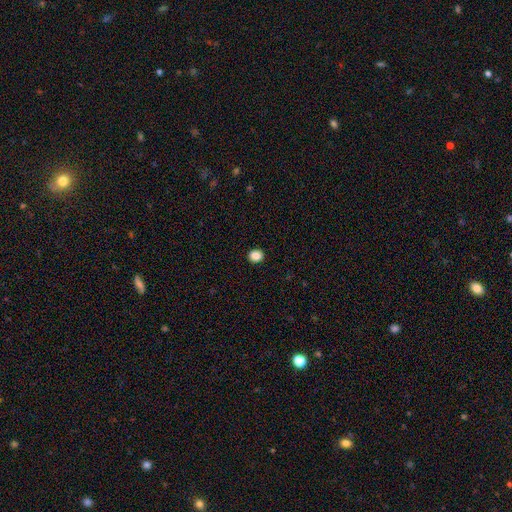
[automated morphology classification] smooth 87%, star or artifact 10%, featured or disk 3%. Down the decision tree: how rounded — round (79%); merging — none (92%).